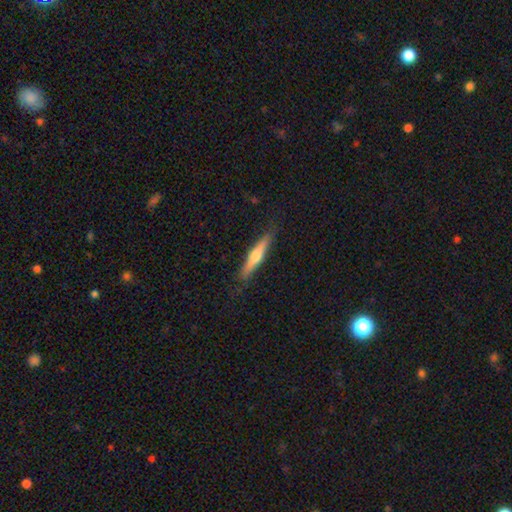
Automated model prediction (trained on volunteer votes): Morphology: type=featured or disk (52%); edge-on=yes (96%); merging=none (86%).